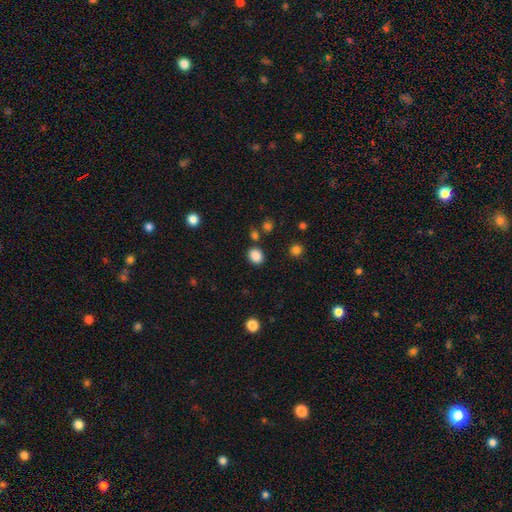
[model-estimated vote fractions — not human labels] smooth-or-featured: smooth: 85% | star or artifact: 11% | featured or disk: 3%
  how-rounded: round: 64% | in between: 35% | cigar-shaped: 1%
  merging: none: 83% | minor disturbance: 9% | merger: 5% | major disturbance: 3%